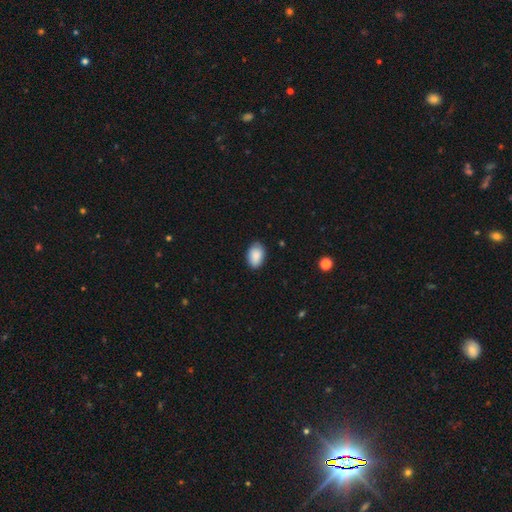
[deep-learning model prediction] This is clearly a smooth galaxy (88%). How rounded: clearly in between (87%). Merging: clearly none (83%).